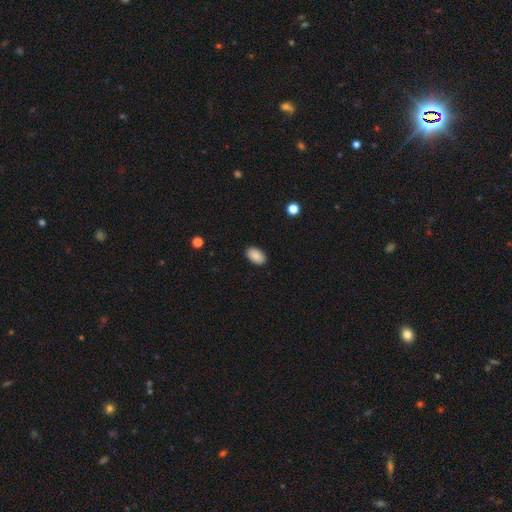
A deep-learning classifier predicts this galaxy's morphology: This is clearly a smooth galaxy (88%). How rounded: clearly in between (93%). Merging: clearly none (89%).